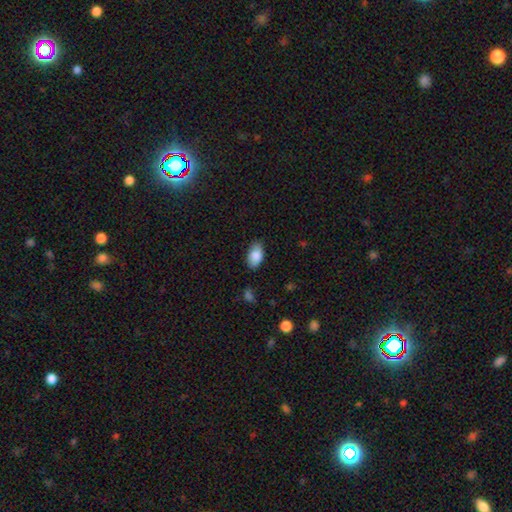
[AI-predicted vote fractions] Smooth or featured?
  - smooth: 87% *
  - star or artifact: 7%
  - featured or disk: 6%
How rounded?
  - in between: 93% *
  - round: 5%
  - cigar-shaped: 2%
Merging?
  - none: 81% *
  - minor disturbance: 14%
  - major disturbance: 3%
  - merger: 1%